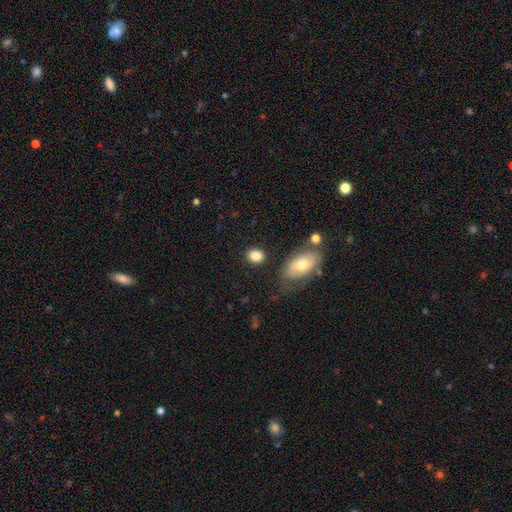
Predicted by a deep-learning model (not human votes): Smooth or featured? Predicted: smooth (p=0.85). How rounded? Predicted: in between (p=0.51). Merging? Predicted: none (p=0.82).